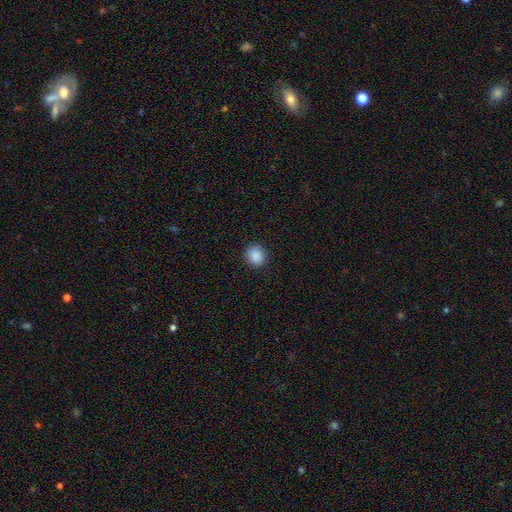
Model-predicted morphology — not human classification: Overall: smooth (89%). How rounded: round (83%). Merging: none (90%).